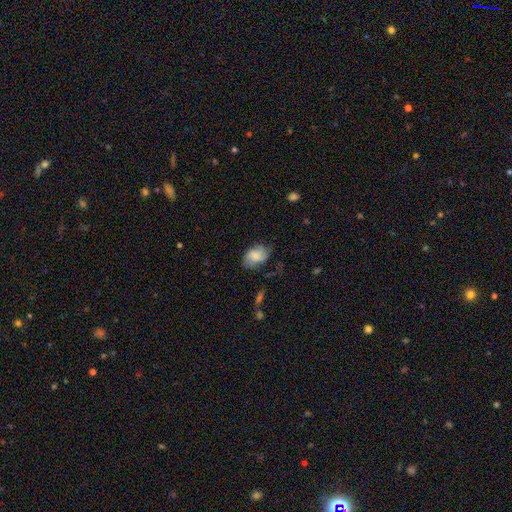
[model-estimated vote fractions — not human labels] smooth-or-featured: smooth: 71% | featured or disk: 21% | star or artifact: 8%
  how-rounded: in between: 82% | round: 16% | cigar-shaped: 1%
  merging: none: 57% | minor disturbance: 29% | major disturbance: 12% | merger: 2%